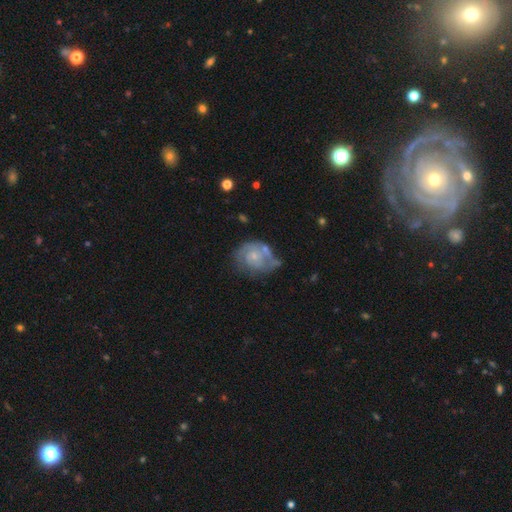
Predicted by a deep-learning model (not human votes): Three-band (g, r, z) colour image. It shows a featured or disk galaxy (70%) with no bar (72%), 2 (42%) tight (51%) spiral arms (81%) and a small central bulge (61%). Merging: none (44%).